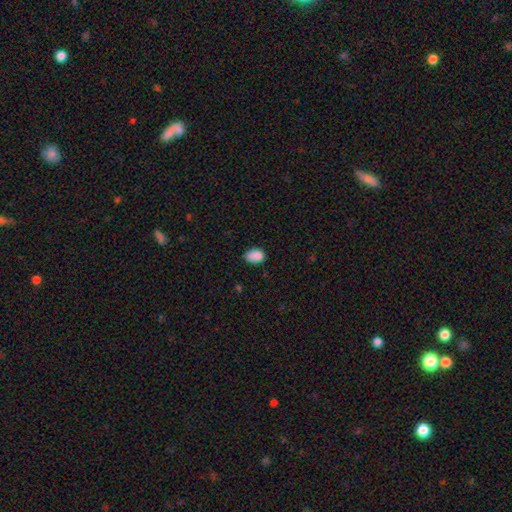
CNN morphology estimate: A smooth galaxy with no disk features (86%) that is in between round and cigar-shaped (79%).

Vote fractions:
- Smooth or featured? smooth: 86% / star or artifact: 9% / featured or disk: 5%
- How rounded? in between: 79% / round: 20% / cigar-shaped: 1%
- Merging? none: 61% / minor disturbance: 31% / major disturbance: 6% / merger: 3%